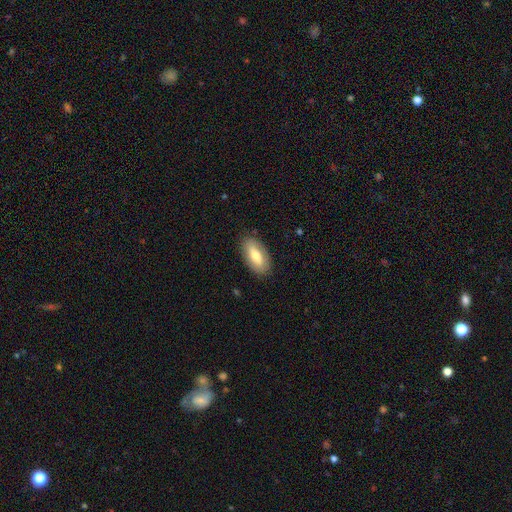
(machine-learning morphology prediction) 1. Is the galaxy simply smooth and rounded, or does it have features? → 71% smooth, 23% featured or disk, 6% star or artifact.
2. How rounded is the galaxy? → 90% in between, 7% cigar-shaped, 3% round.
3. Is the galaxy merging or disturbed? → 86% none, 11% minor disturbance, 3% major disturbance, 1% merger.